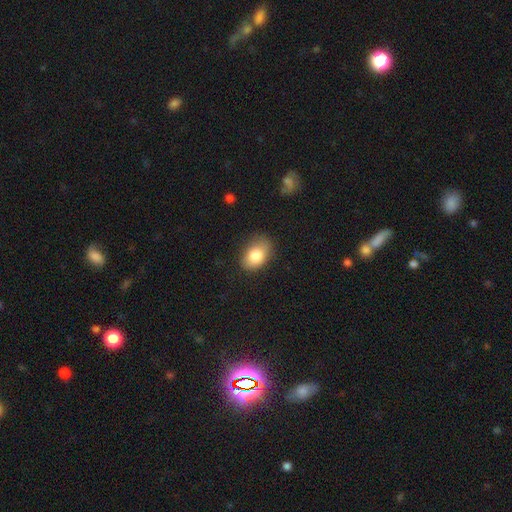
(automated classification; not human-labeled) This is clearly a smooth galaxy (82%). How rounded: clearly in between (83%). Merging: likely none (72%).